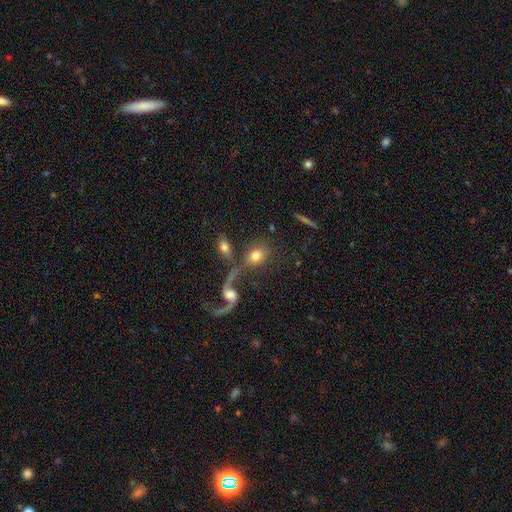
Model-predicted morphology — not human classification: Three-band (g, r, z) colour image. It shows a smooth galaxy with no disk features (67%) that is in between round and cigar-shaped (52%). Merging: none (54%).